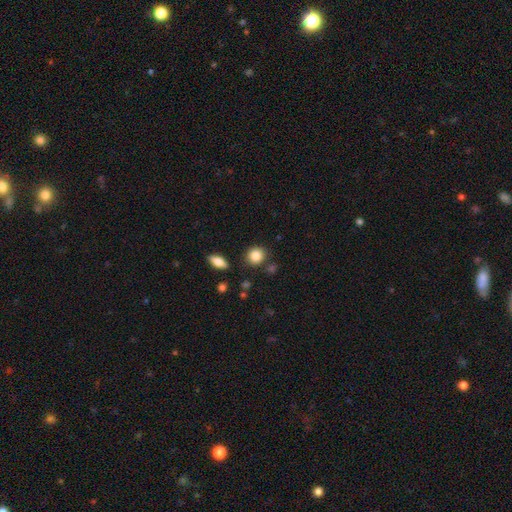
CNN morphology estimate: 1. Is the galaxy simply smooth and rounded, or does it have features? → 86% smooth, 9% star or artifact, 5% featured or disk.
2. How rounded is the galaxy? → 82% round, 16% in between, 1% cigar-shaped.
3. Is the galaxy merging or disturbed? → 83% none, 10% minor disturbance, 4% merger, 3% major disturbance.